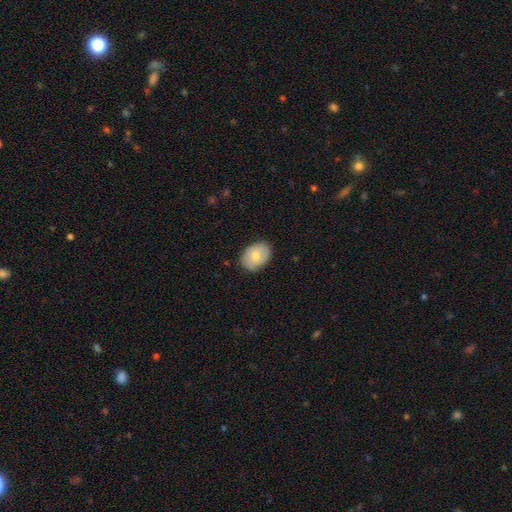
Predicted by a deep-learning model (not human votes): This appears to be a smooth galaxy with no disk features (70%) that is in between round and cigar-shaped (76%). Merging: none (85%).